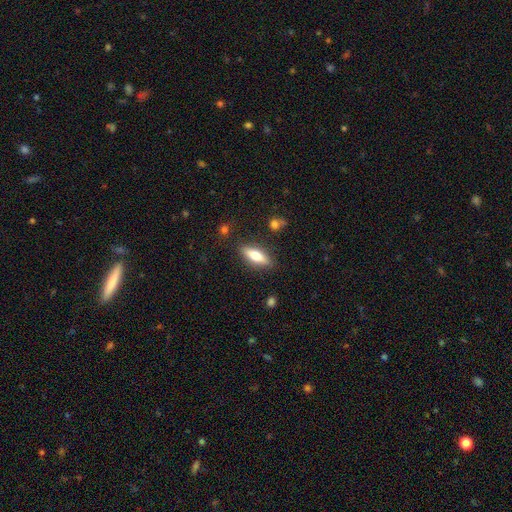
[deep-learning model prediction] This appears to be a smooth galaxy with no disk features (66%) that is in between round and cigar-shaped (53%). Merging: none (85%).